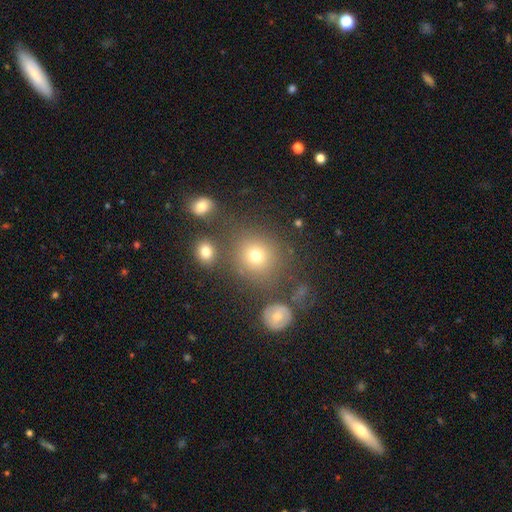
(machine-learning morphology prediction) This is likely a smooth galaxy (73%). How rounded: clearly round (87%). Merging: likely none (76%).